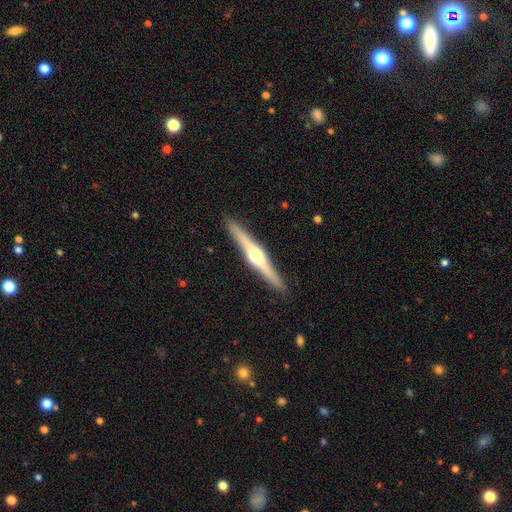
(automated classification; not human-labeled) This is likely a featured or disk galaxy (74%). It is clearly viewed edge-on (98%). Edge-on bulge: clearly rounded (88%). Merging: clearly none (91%).